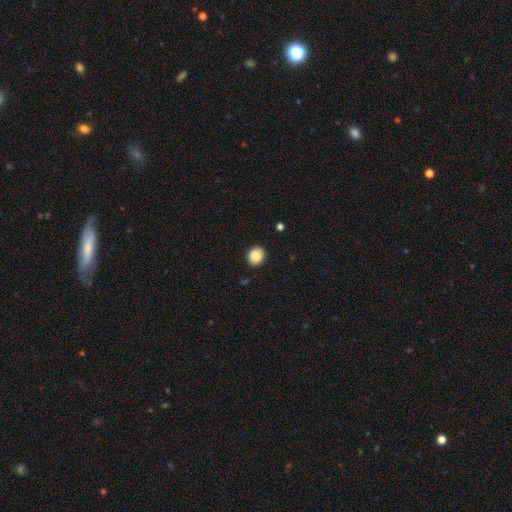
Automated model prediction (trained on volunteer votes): smooth_or_featured: smooth (p=0.87) [alt: star or artifact p=0.09]
how_rounded: round (p=0.74) [alt: in between p=0.25]
merging: none (p=0.90) [alt: minor disturbance p=0.07]